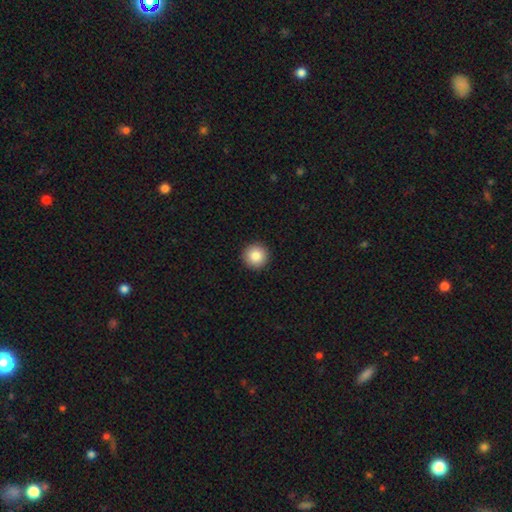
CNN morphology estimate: Overall: smooth (85%). How rounded: round (96%). Merging: none (93%).